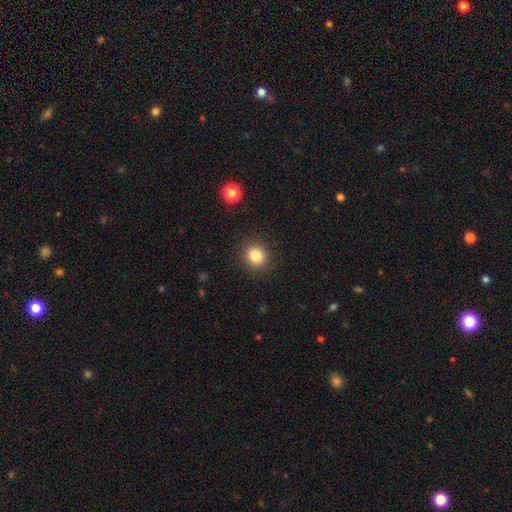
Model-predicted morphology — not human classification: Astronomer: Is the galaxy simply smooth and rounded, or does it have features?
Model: smooth — 83%.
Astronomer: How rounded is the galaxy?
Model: round — 87%.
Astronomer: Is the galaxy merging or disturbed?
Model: none — 90%.